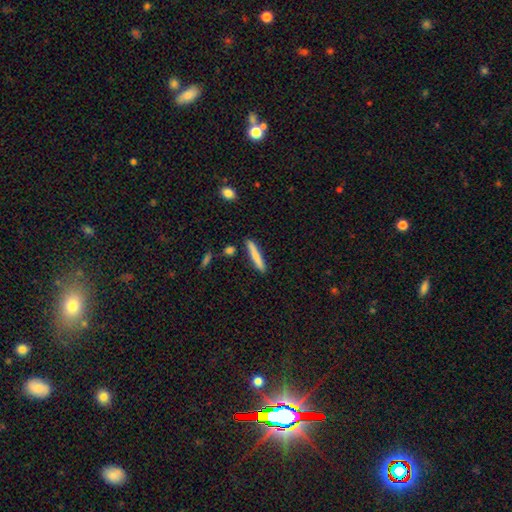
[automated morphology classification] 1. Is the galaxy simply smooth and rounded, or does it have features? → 76% smooth, 19% featured or disk, 6% star or artifact.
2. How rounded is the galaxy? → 94% cigar-shaped, 5% in between, 1% round.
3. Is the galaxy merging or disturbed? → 87% none, 8% minor disturbance, 3% merger, 2% major disturbance.